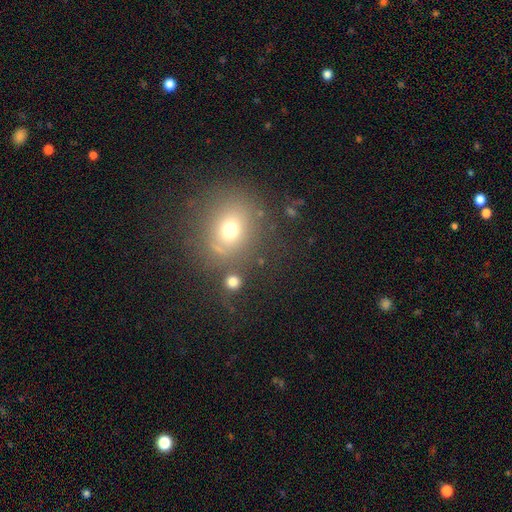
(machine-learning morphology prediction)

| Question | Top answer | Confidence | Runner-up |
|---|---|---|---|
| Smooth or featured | smooth | 57% | star or artifact (28%) |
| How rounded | round | 77% | in between (22%) |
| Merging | none | 74% | minor disturbance (12%) |